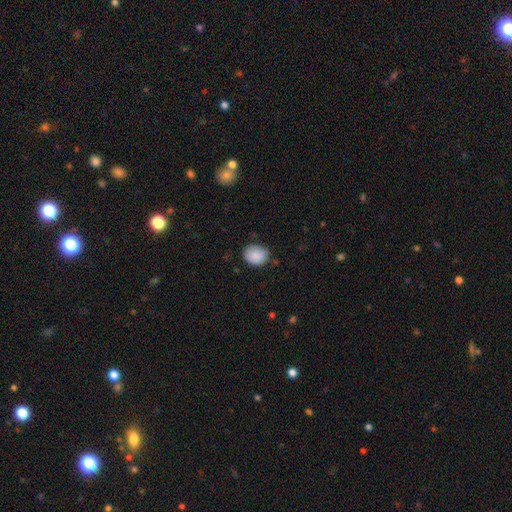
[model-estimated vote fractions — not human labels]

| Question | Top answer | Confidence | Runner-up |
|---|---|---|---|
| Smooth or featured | smooth | 89% | star or artifact (7%) |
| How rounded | round | 50% | in between (49%) |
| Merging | none | 78% | minor disturbance (18%) |